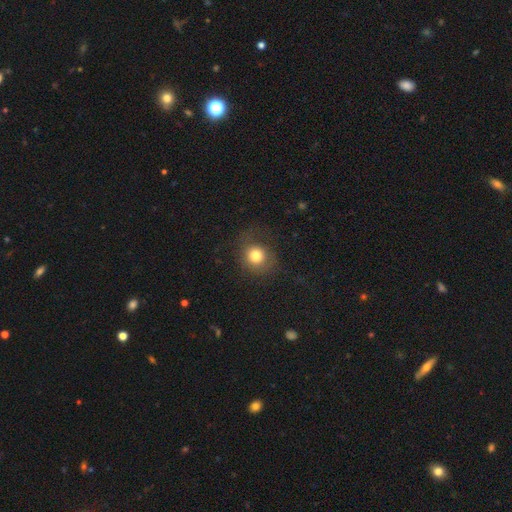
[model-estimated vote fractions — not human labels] Morphology: type=smooth (78%); roundness=round (83%); merging=none (71%).